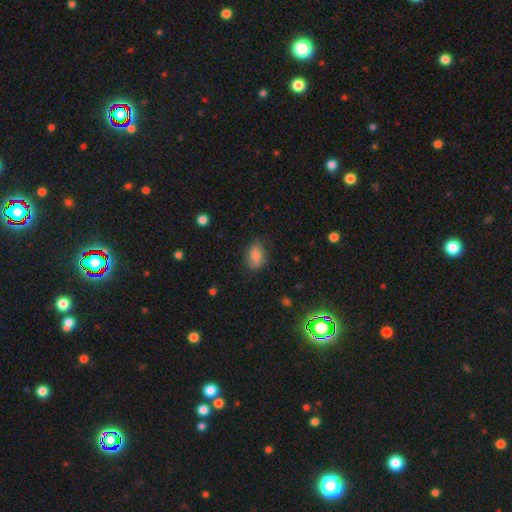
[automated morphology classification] smooth_or_featured: smooth (p=0.83) [alt: featured or disk p=0.09]
how_rounded: in between (p=0.86) [alt: round p=0.12]
merging: none (p=0.76) [alt: minor disturbance p=0.18]